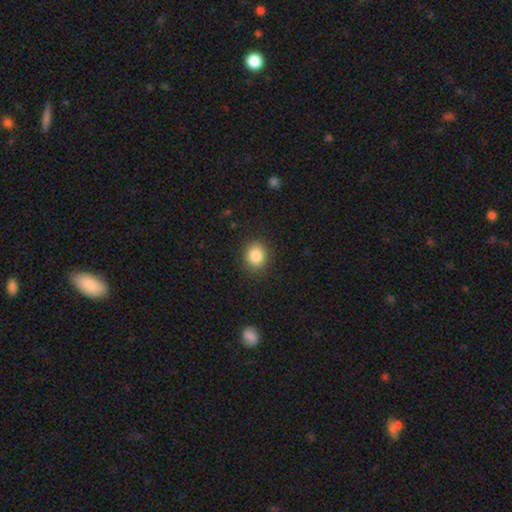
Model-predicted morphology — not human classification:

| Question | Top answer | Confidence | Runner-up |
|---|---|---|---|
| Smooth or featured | smooth | 85% | star or artifact (10%) |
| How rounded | round | 77% | in between (23%) |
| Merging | none | 89% | minor disturbance (8%) |